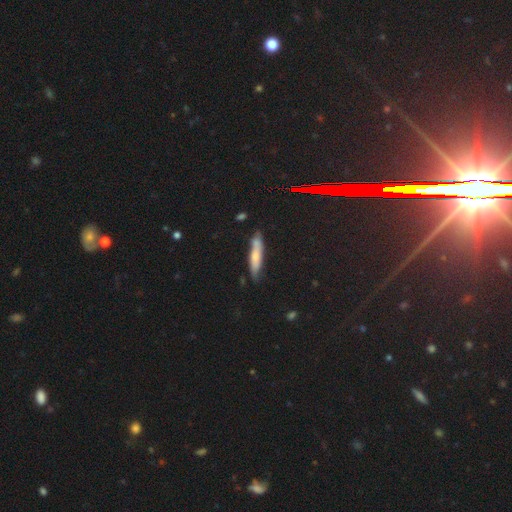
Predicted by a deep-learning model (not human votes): Smooth or featured? smooth (59%)
How rounded? cigar-shaped (85%)
Merging? none (69%)